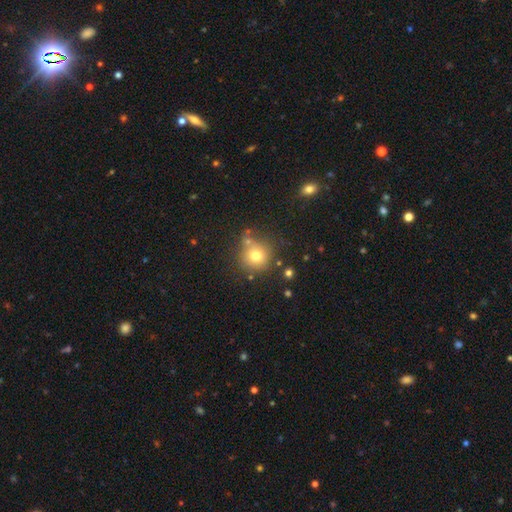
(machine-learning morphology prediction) The model was most divided on "smooth or featured": smooth: 74%, star or artifact: 15%, featured or disk: 11%. More confident: how rounded — round (91%); merging — none (75%).